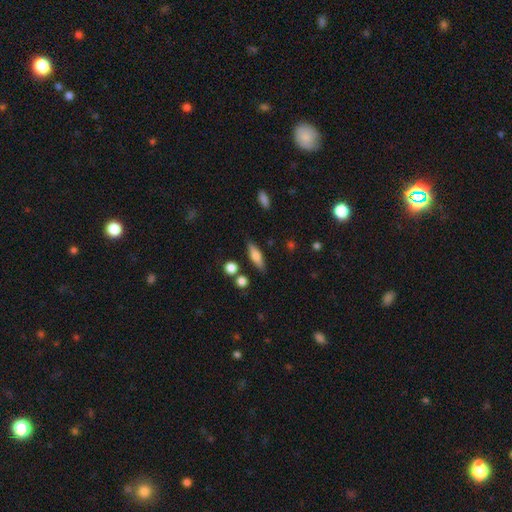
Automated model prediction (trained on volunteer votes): Smooth or featured? smooth (62%)
How rounded? cigar-shaped (56%)
Merging? none (81%)